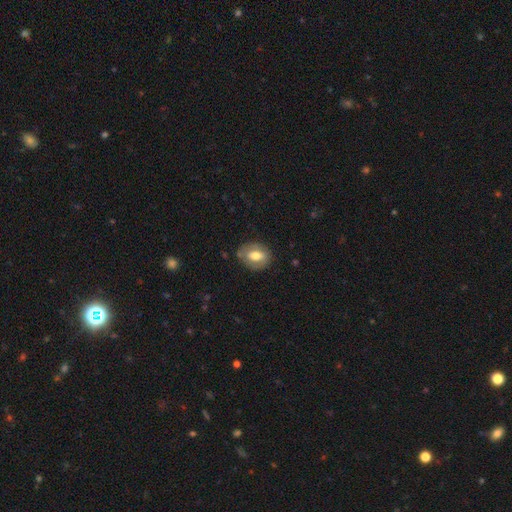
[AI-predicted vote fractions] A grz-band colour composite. It shows a smooth galaxy with no disk features (57%) that is in between round and cigar-shaped (71%). Merging: none (77%).